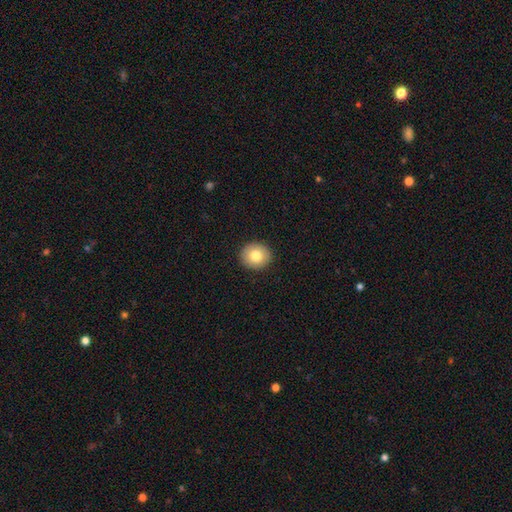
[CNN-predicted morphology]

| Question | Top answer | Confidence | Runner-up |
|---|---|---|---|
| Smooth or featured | smooth | 79% | featured or disk (12%) |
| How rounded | round | 87% | in between (12%) |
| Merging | none | 92% | minor disturbance (5%) |